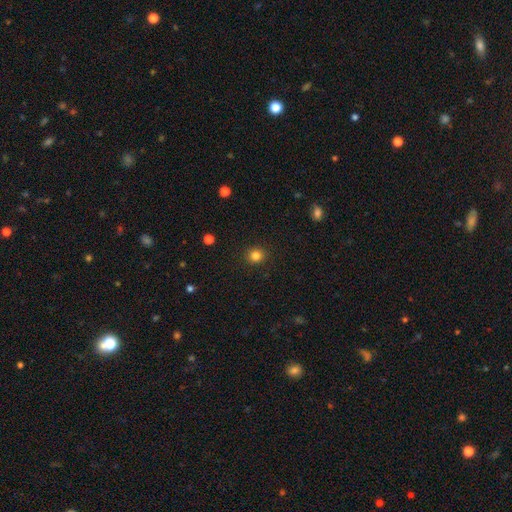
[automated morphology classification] This appears to be a smooth galaxy with no disk features (83%) that is round (89%). Merging: none (91%).